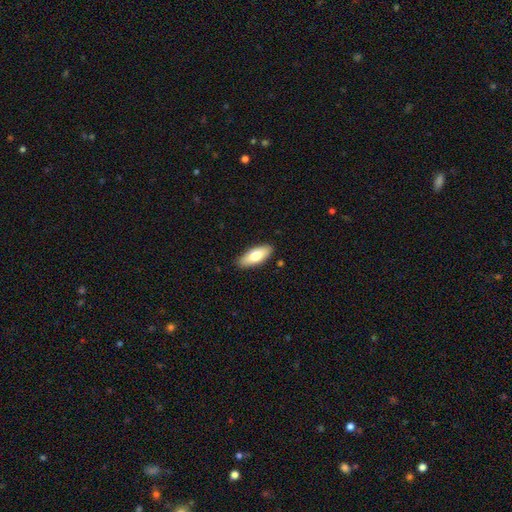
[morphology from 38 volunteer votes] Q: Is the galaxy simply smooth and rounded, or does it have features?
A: smooth — 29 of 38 (76%).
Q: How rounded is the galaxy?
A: in between — 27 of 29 (93%).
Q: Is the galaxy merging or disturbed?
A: none — 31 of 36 (86%).